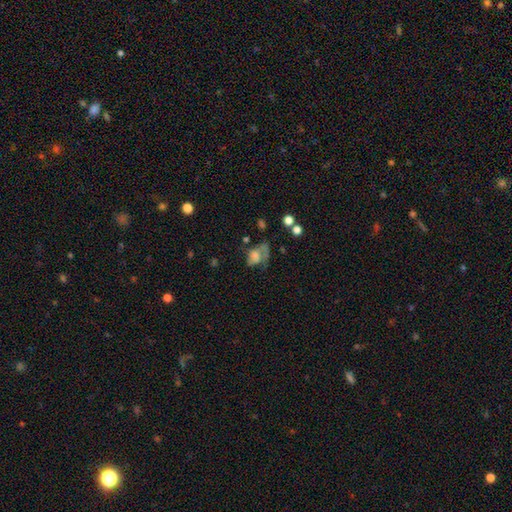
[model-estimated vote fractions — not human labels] Q: Smooth or featured?
A: smooth (51%); runner-up: featured or disk (36%)
Q: How rounded?
A: in between (71%); runner-up: round (27%)
Q: Merging?
A: major disturbance (44%); runner-up: none (25%)